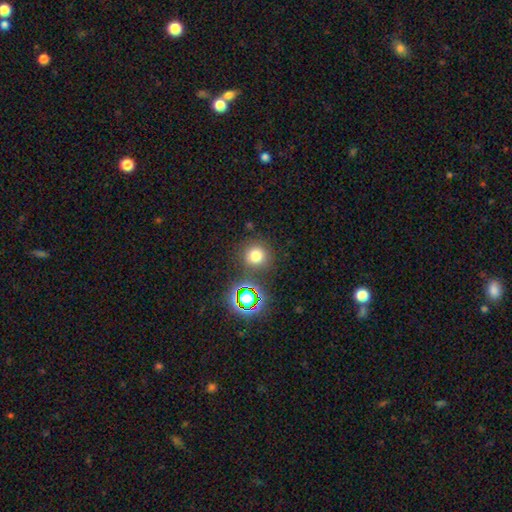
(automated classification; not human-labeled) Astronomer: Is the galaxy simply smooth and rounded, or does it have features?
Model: smooth — 71%.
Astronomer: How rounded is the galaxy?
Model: round — 93%.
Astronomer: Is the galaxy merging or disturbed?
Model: none — 83%.